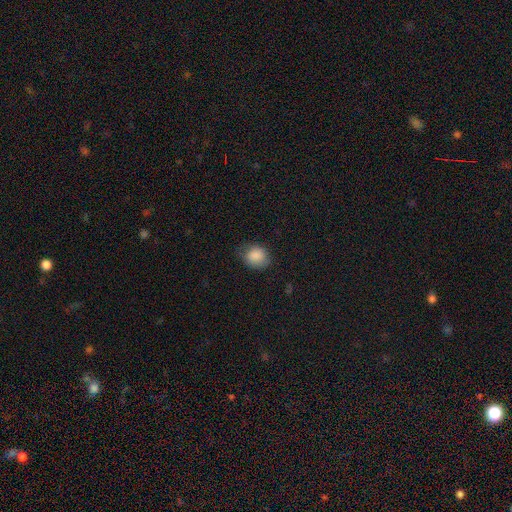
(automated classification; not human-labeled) Smooth or featured: smooth — 87% (star or artifact — 8%)
How rounded: round — 60% (in between — 39%)
Merging: none — 68% (minor disturbance — 25%)